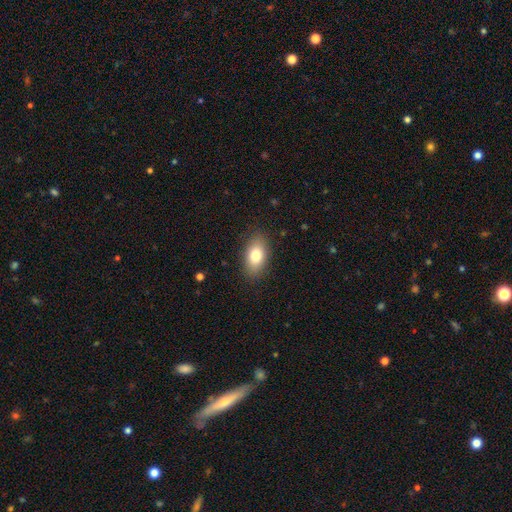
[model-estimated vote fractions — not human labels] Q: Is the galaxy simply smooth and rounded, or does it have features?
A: smooth — 80%.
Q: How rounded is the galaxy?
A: in between — 90%.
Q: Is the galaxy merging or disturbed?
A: none — 86%.